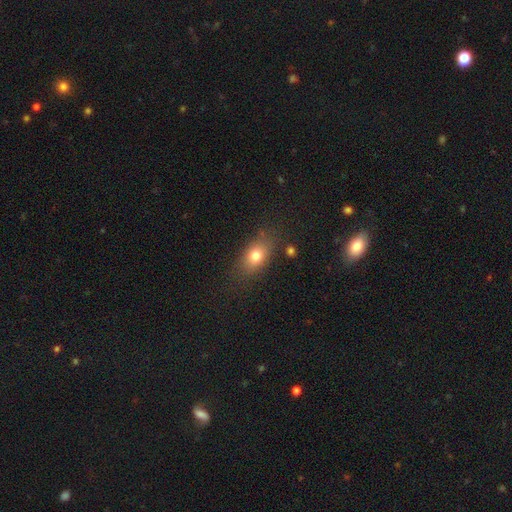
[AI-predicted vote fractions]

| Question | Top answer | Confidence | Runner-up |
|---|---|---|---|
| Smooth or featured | smooth | 77% | featured or disk (13%) |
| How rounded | in between | 77% | round (17%) |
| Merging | none | 77% | minor disturbance (15%) |